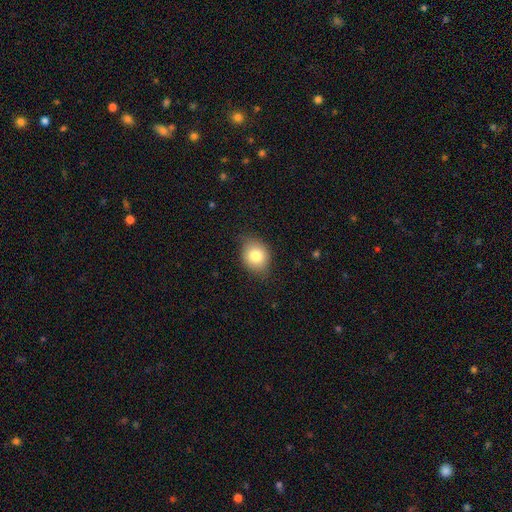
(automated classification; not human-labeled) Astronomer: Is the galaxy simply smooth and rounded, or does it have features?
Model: smooth — 80%.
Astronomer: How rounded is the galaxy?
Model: round — 53% (runner-up: in between, 46%).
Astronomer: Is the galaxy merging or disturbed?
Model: none — 73%.